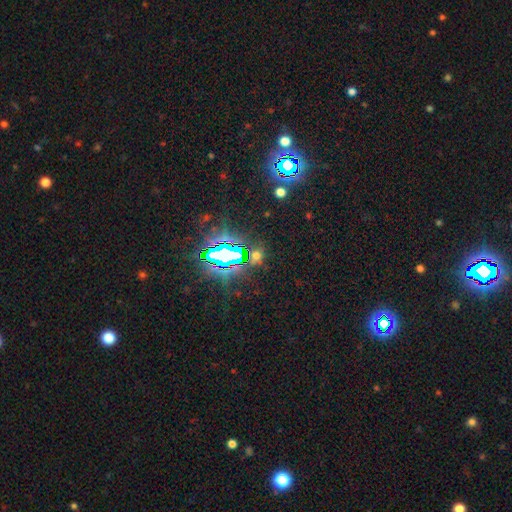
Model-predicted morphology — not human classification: smooth-or-featured: star or artifact: 67% | smooth: 25% | featured or disk: 8%